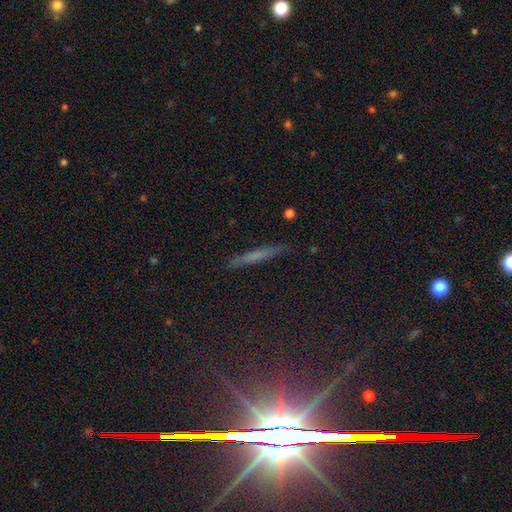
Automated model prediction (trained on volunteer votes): smooth-or-featured: smooth: 46% | featured or disk: 39% | star or artifact: 14%
  merging: none: 88% | minor disturbance: 9% | major disturbance: 2% | merger: 1%